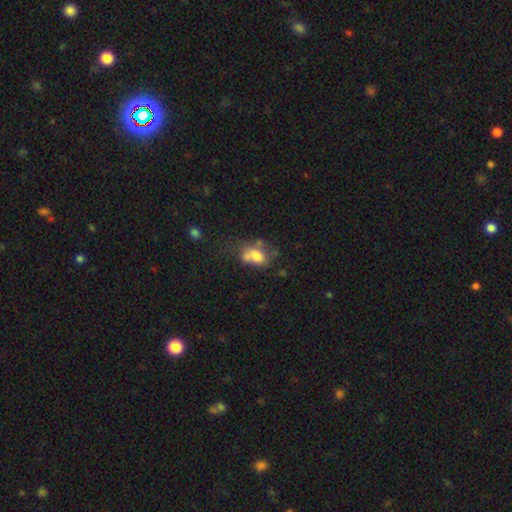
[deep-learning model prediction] smooth-or-featured: smooth: 66% | featured or disk: 23% | star or artifact: 11%
  how-rounded: in between: 73% | round: 25% | cigar-shaped: 2%
  merging: merger: 34% | none: 30% | minor disturbance: 20% | major disturbance: 16%